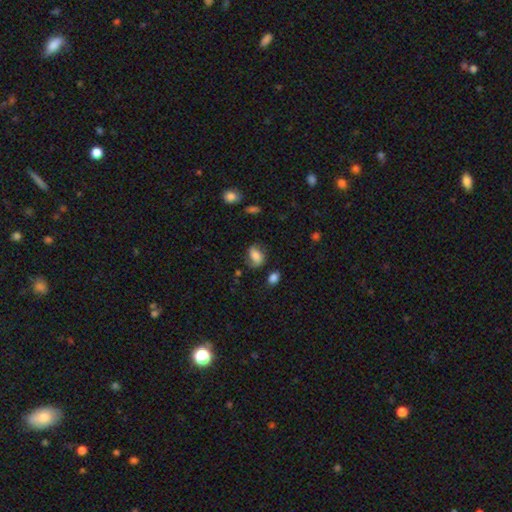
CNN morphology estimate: Q: Smooth or featured?
A: smooth (63%); runner-up: featured or disk (27%)
Q: How rounded?
A: in between (79%); runner-up: round (19%)
Q: Merging?
A: none (55%); runner-up: minor disturbance (28%)